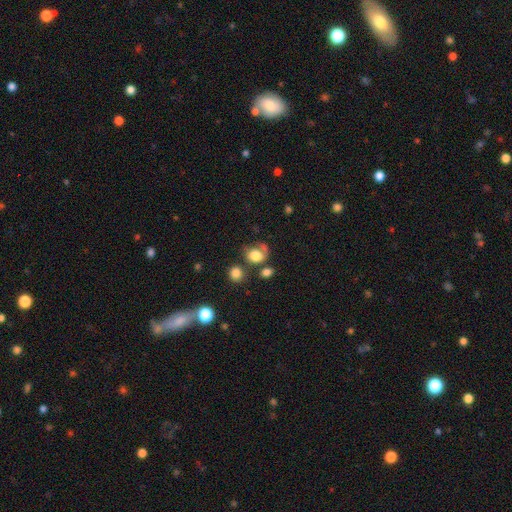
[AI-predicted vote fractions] smooth_or_featured: smooth (p=0.74) [alt: featured or disk p=0.15]
how_rounded: round (p=0.57) [alt: in between p=0.42]
merging: none (p=0.44) [alt: minor disturbance p=0.21]